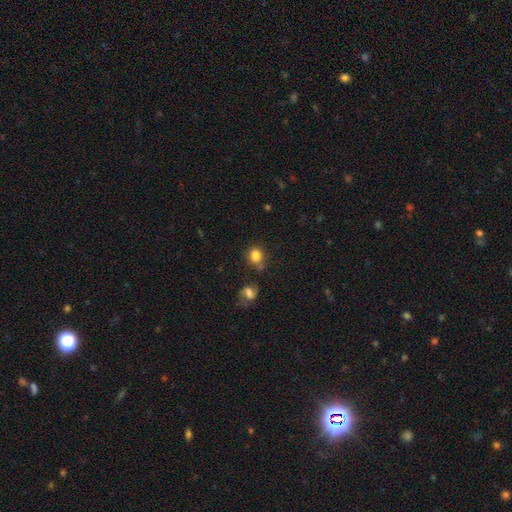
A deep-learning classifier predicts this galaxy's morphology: smooth_or_featured: smooth (p=0.83) [alt: star or artifact p=0.10]
how_rounded: round (p=0.72) [alt: in between p=0.27]
merging: none (p=0.64) [alt: minor disturbance p=0.16]